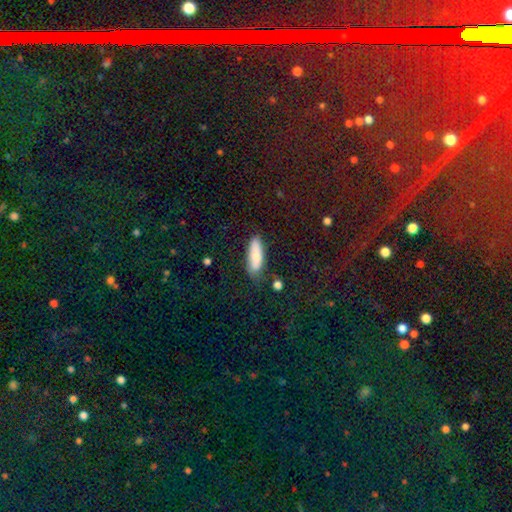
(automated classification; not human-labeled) smooth-or-featured: smooth: 79% | featured or disk: 14% | star or artifact: 7%
  how-rounded: in between: 60% | cigar-shaped: 38% | round: 2%
  merging: none: 70% | minor disturbance: 20% | major disturbance: 5% | merger: 4%